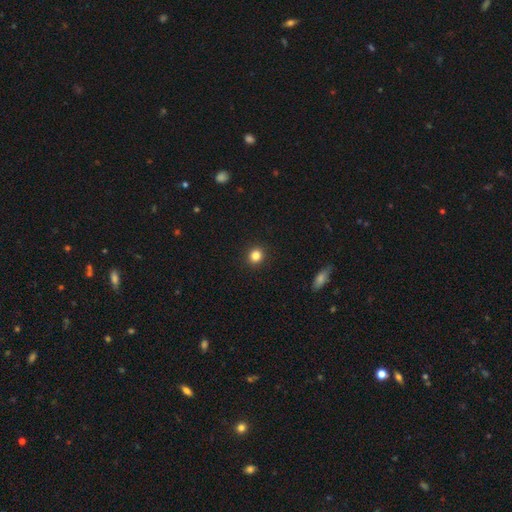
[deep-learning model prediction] Smooth or featured? Predicted: smooth (p=0.84). How rounded? Predicted: round (p=0.87). Merging? Predicted: none (p=0.92).